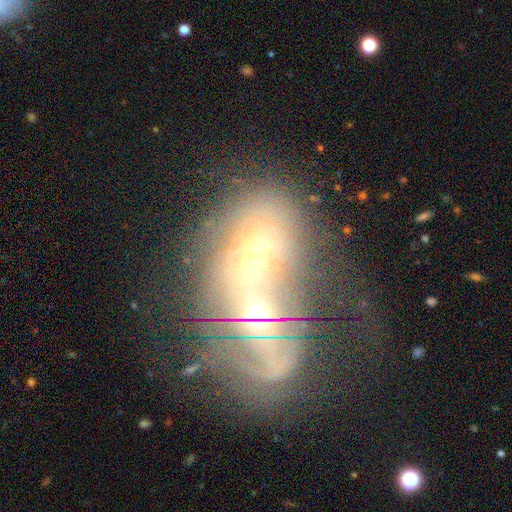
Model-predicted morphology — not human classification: Smooth or featured? Predicted: featured or disk (p=0.38, tied with smooth). Merging? Predicted: merger (p=0.45).